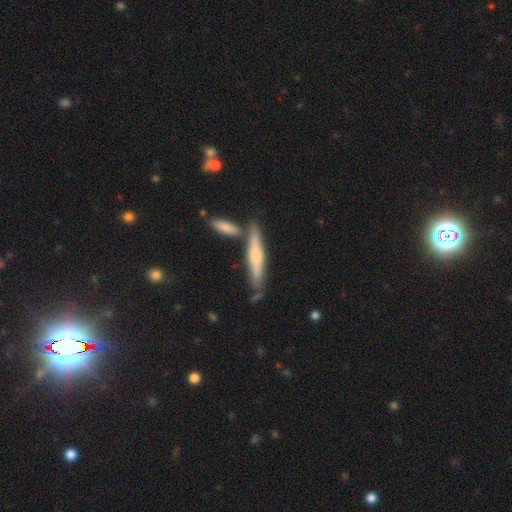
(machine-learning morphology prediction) Smooth or featured: smooth — 53% (featured or disk — 41%)
How rounded: cigar-shaped — 88% (in between — 10%)
Merging: none — 69% (merger — 14%)